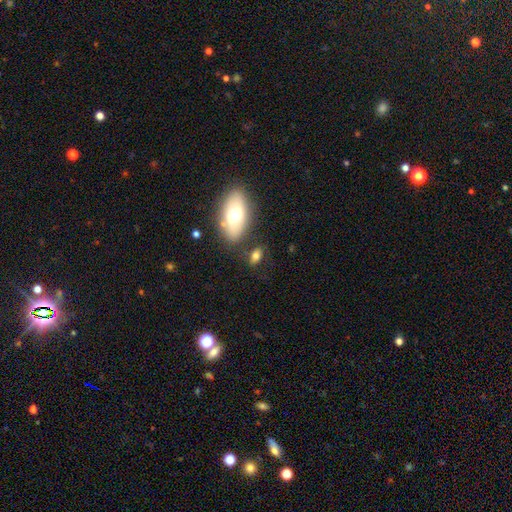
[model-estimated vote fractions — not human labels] smooth 72%, featured or disk 18%, star or artifact 10%. Down the decision tree: how rounded — in between (80%); merging — none (70%).